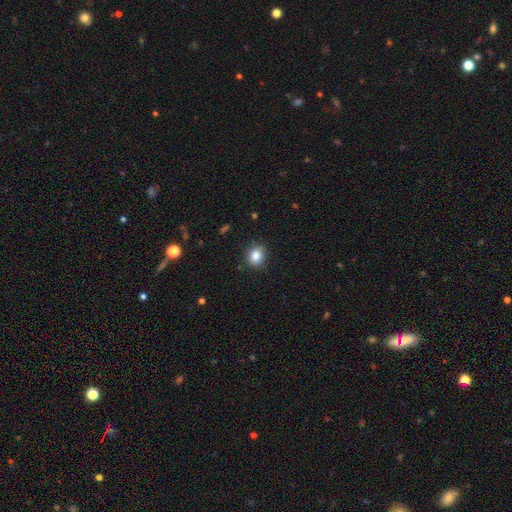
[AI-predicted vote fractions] Overall: smooth (84%). How rounded: round (69%; in between 30%). Merging: none (87%).